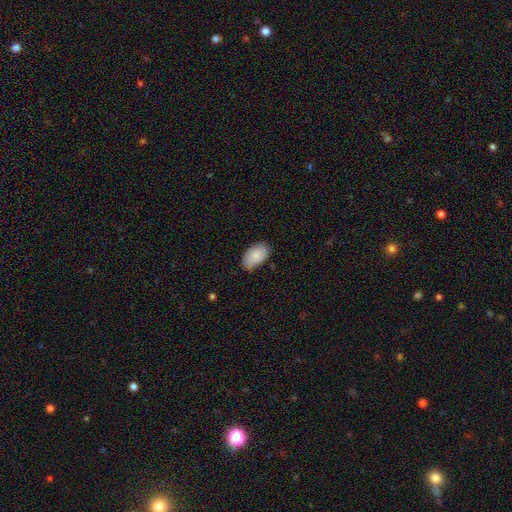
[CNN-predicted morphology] This is clearly a smooth galaxy (85%). How rounded: clearly in between (93%). Merging: likely none (74%).